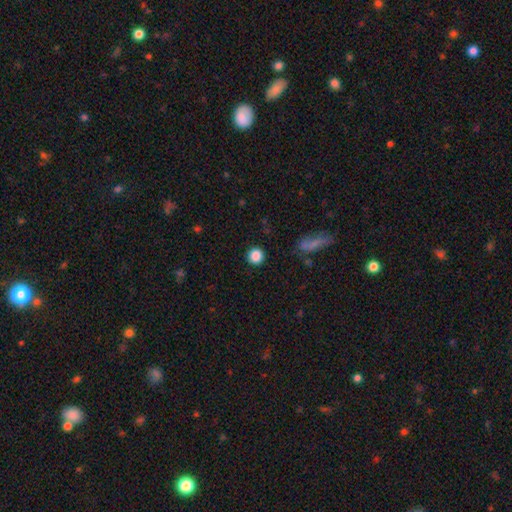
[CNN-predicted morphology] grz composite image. It shows a smooth galaxy with no disk features (86%) that is round (93%). Merging: none (90%).